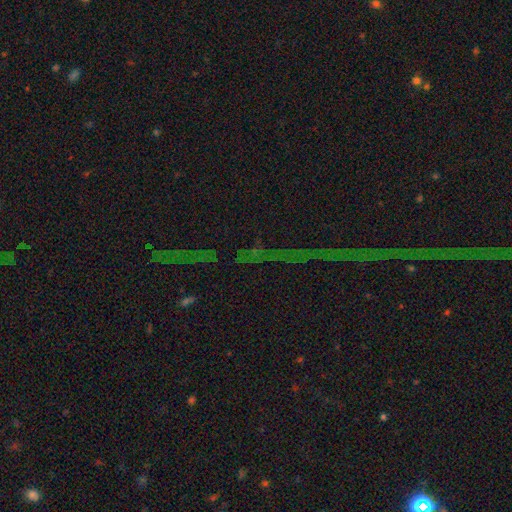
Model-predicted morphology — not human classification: Smooth or featured: star or artifact — 77% (featured or disk — 13%)